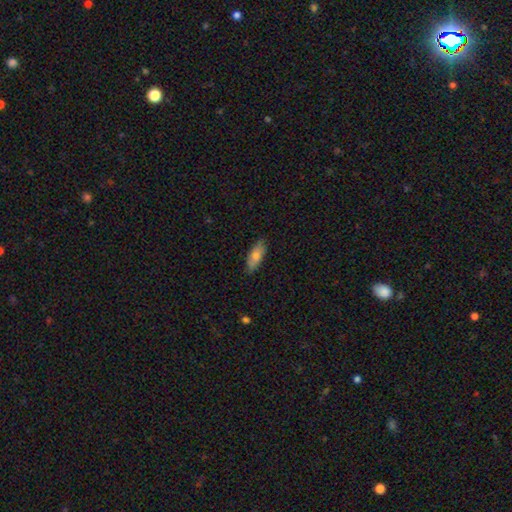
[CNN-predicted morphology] This appears to be a smooth galaxy with no disk features (75%) that is in between round and cigar-shaped (74%). Merging: none (86%).